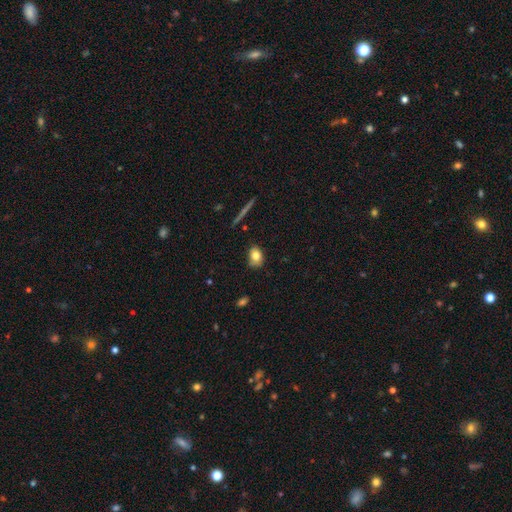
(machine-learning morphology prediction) Q: Smooth or featured?
A: smooth (81%); runner-up: featured or disk (11%)
Q: How rounded?
A: in between (76%); runner-up: round (22%)
Q: Merging?
A: none (77%); runner-up: minor disturbance (18%)